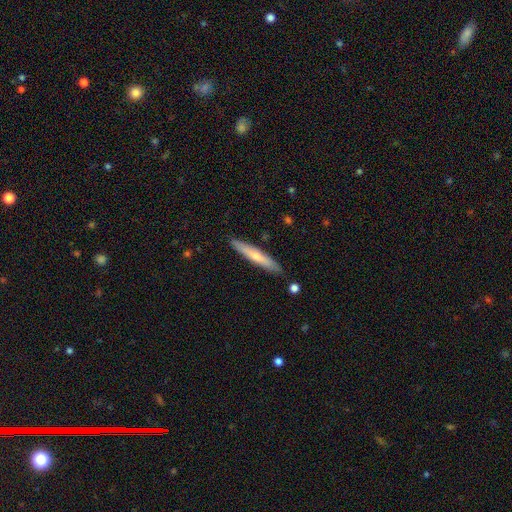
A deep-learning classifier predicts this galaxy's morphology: Q: Smooth or featured?
A: smooth (52%); runner-up: featured or disk (42%)
Q: How rounded?
A: cigar-shaped (93%); runner-up: in between (6%)
Q: Merging?
A: none (88%); runner-up: minor disturbance (8%)